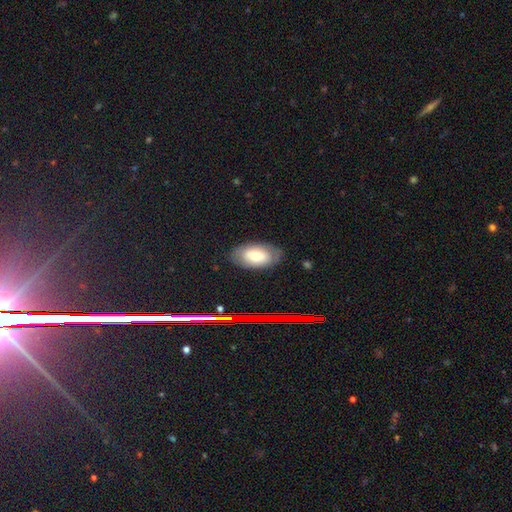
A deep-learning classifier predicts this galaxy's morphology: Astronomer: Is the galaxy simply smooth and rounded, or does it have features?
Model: smooth — 62%.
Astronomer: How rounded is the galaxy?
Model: in between — 93%.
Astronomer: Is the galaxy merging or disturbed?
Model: none — 80%.